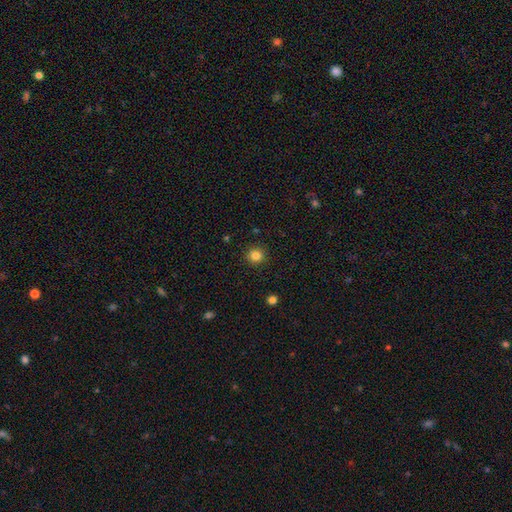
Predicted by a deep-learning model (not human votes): Q: Smooth or featured?
A: smooth (83%); runner-up: star or artifact (12%)
Q: How rounded?
A: round (94%); runner-up: in between (5%)
Q: Merging?
A: none (92%); runner-up: minor disturbance (5%)